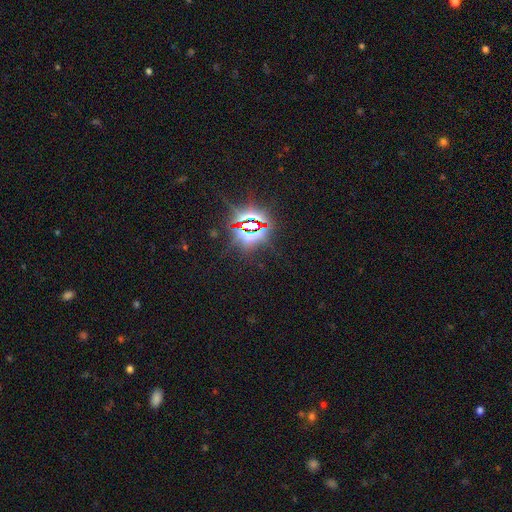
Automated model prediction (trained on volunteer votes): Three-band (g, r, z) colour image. It shows a star or artifact, not a galaxy (85%).